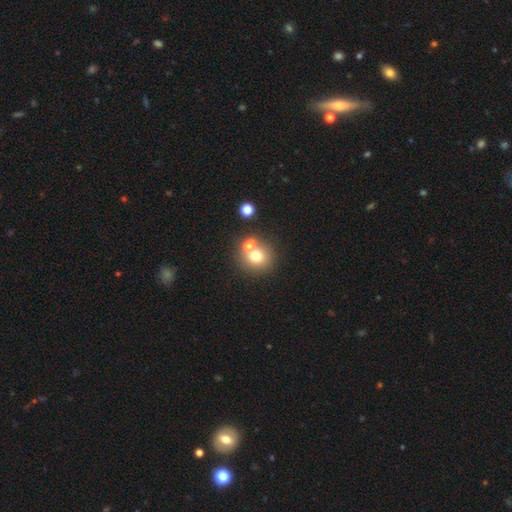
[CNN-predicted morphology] smooth-or-featured: smooth: 71% | featured or disk: 15% | star or artifact: 14%
  how-rounded: round: 86% | in between: 13% | cigar-shaped: 1%
  merging: none: 52% | merger: 38% | minor disturbance: 7% | major disturbance: 3%